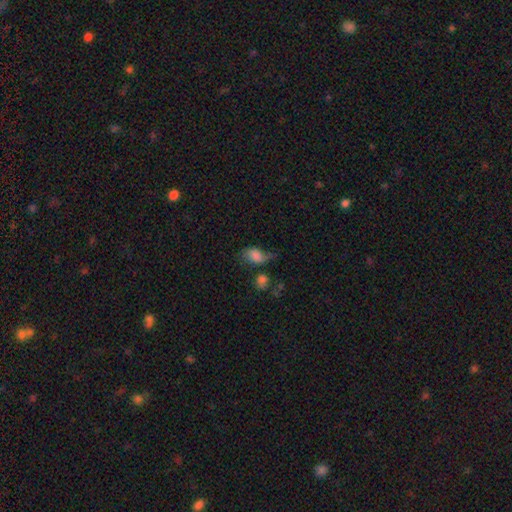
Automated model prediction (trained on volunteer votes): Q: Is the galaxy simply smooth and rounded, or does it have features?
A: smooth — 66%.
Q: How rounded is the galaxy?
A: in between — 81%.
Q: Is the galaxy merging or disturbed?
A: none — 30%.